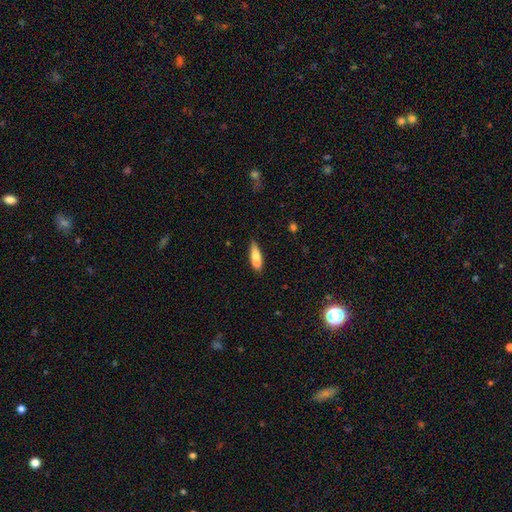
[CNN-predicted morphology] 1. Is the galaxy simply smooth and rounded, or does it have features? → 69% smooth, 24% featured or disk, 7% star or artifact.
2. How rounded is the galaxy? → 61% cigar-shaped, 36% in between, 3% round.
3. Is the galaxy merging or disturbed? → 51% none, 27% merger, 17% minor disturbance, 5% major disturbance.